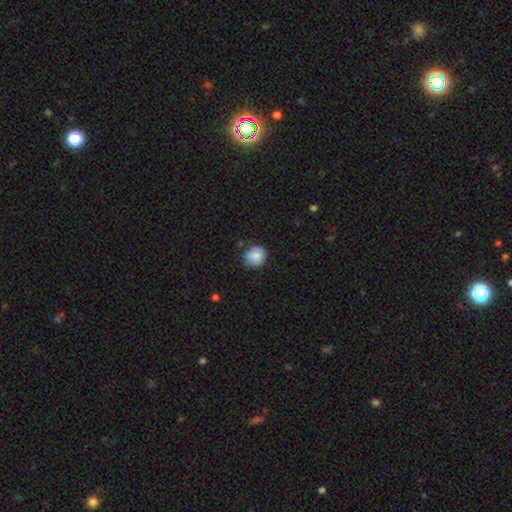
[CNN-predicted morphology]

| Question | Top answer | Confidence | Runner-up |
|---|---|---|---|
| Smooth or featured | smooth | 82% | featured or disk (9%) |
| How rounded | round | 74% | in between (25%) |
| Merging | none | 68% | minor disturbance (25%) |